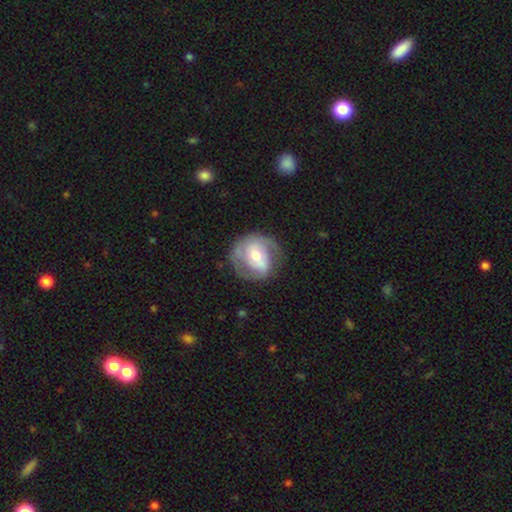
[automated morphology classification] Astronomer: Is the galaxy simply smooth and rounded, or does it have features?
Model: featured or disk — 62%.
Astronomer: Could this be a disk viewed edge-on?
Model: no — 96%.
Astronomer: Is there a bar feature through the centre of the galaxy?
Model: no — 40% (runner-up: weak, 36%).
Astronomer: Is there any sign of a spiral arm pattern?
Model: yes — 69%.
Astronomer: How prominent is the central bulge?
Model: moderate — 62%.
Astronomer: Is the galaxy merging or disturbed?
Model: none — 65%.